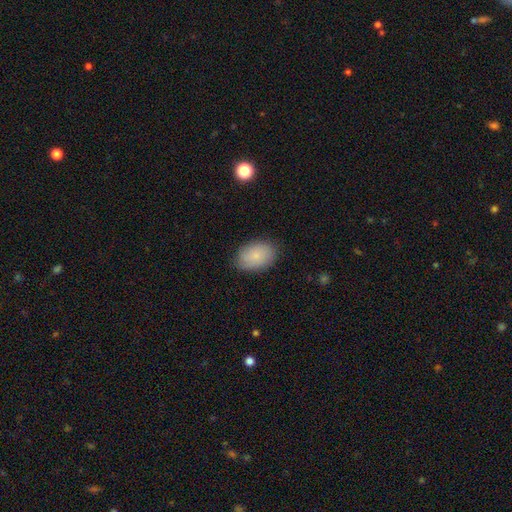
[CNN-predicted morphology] smooth-or-featured: smooth: 78% | featured or disk: 14% | star or artifact: 7%
  how-rounded: in between: 84% | round: 14% | cigar-shaped: 1%
  merging: none: 82% | minor disturbance: 14% | major disturbance: 3% | merger: 1%